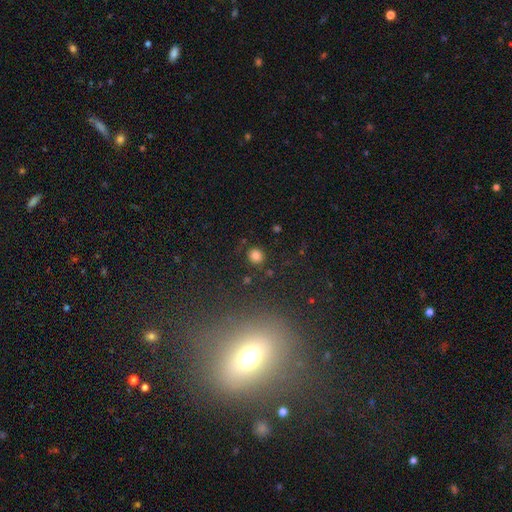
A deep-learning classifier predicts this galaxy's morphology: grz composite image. It shows a smooth galaxy with no disk features (81%) that is round (87%). Merging: none (87%).